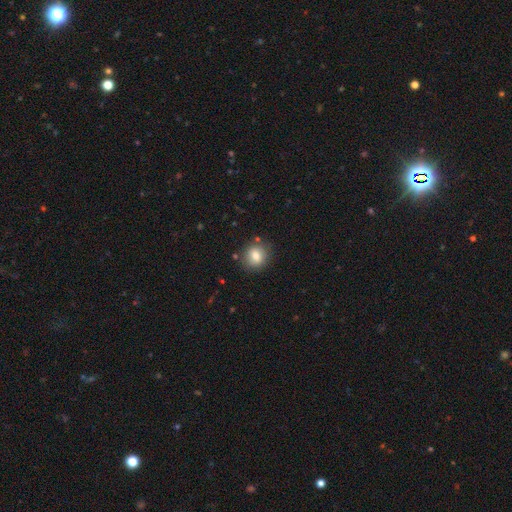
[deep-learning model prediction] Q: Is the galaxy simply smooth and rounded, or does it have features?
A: smooth — 81%.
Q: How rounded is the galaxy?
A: round — 74%.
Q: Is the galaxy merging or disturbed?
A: none — 84%.